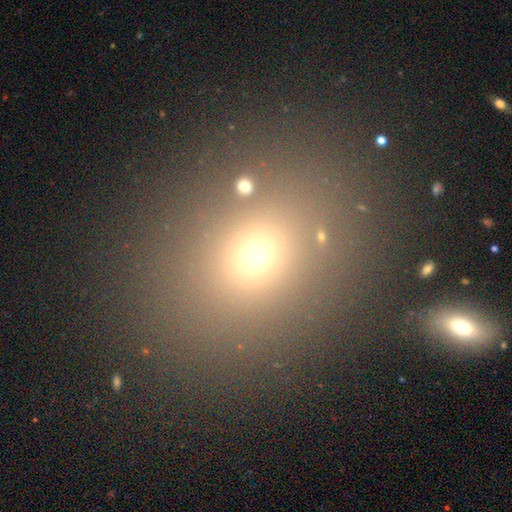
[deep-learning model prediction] Morphology: type=smooth (66%); roundness=round (61%); merging=none (81%).